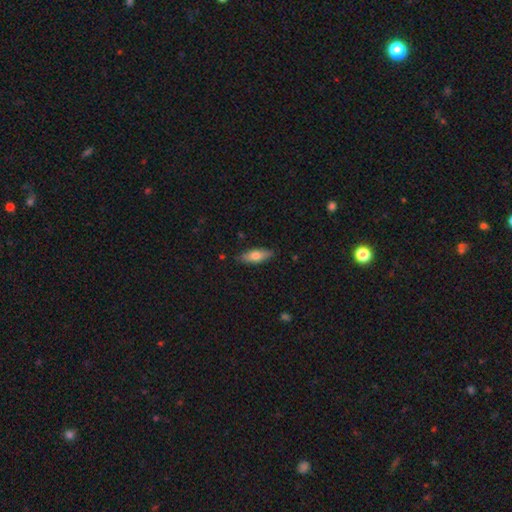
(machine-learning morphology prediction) smooth 70%, featured or disk 24%, star or artifact 6%. Down the decision tree: how rounded — in between (68%); merging — none (84%).